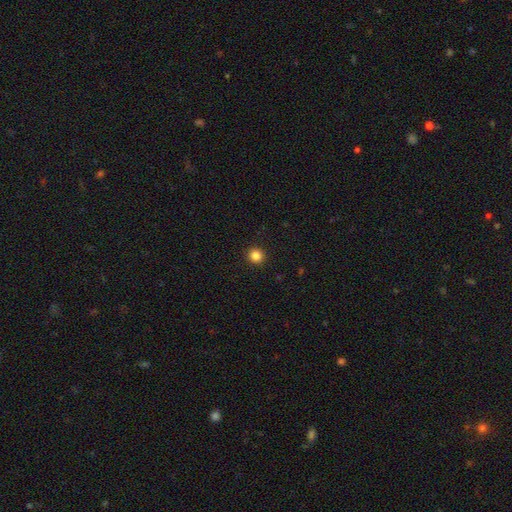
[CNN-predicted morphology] smooth_or_featured: smooth (p=0.84) [alt: star or artifact p=0.12]
how_rounded: round (p=0.94) [alt: in between p=0.05]
merging: none (p=0.93) [alt: minor disturbance p=0.04]